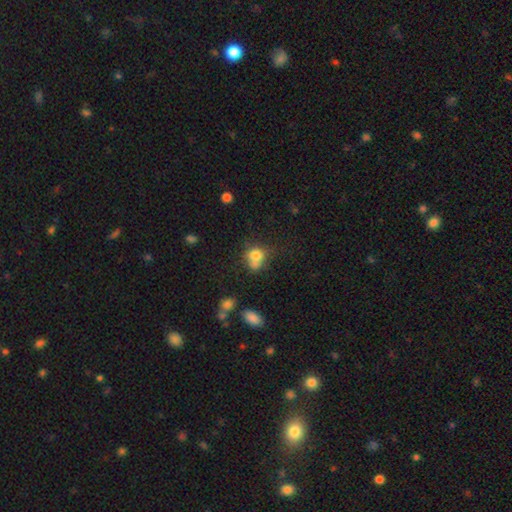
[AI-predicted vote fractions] Q: Smooth or featured?
A: smooth (75%); runner-up: featured or disk (13%)
Q: How rounded?
A: round (63%); runner-up: in between (36%)
Q: Merging?
A: none (37%); runner-up: merger (29%)